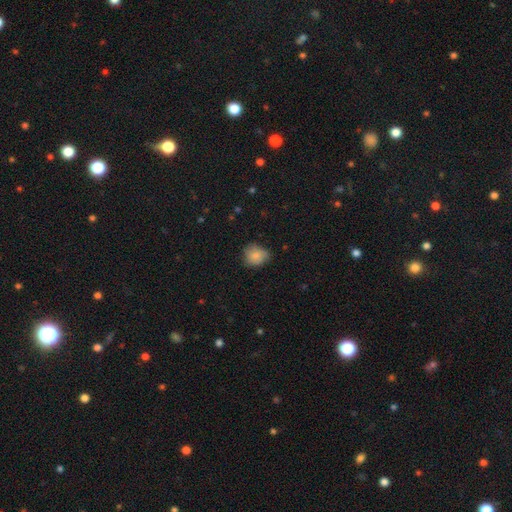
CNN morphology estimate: Smooth or featured?
  - smooth: 82% *
  - featured or disk: 9%
  - star or artifact: 9%
How rounded?
  - round: 72% *
  - in between: 27%
  - cigar-shaped: 1%
Merging?
  - none: 65% *
  - minor disturbance: 28%
  - major disturbance: 6%
  - merger: 1%